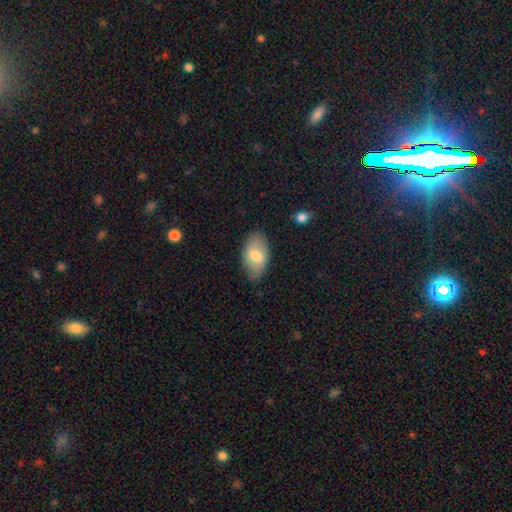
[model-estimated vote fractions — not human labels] A smooth galaxy with no disk features (65%) that is in between round and cigar-shaped (93%).

Vote fractions:
- Smooth or featured? smooth: 65% / featured or disk: 29% / star or artifact: 6%
- How rounded? in between: 93% / round: 5% / cigar-shaped: 2%
- Merging? none: 76% / minor disturbance: 19% / major disturbance: 3% / merger: 1%